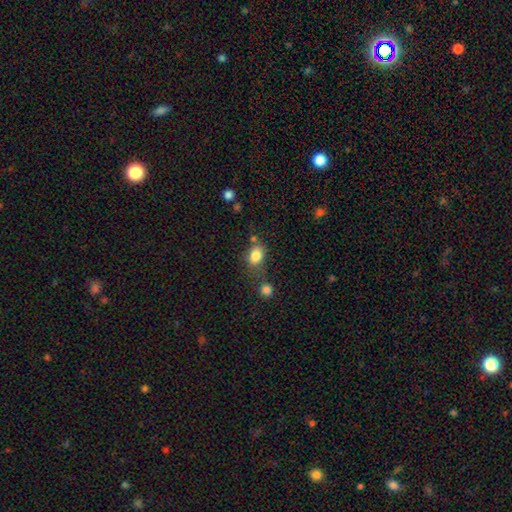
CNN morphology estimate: The model was most divided on "how rounded": in between: 61%, round: 38%, cigar-shaped: 1%. More confident: smooth or featured — smooth (83%); merging — none (58%).